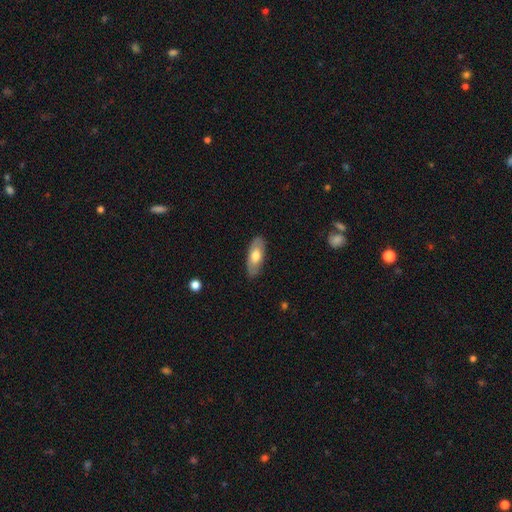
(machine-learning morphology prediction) This appears to be a smooth galaxy with no disk features (60%) that is in between round and cigar-shaped (86%). Merging: none (86%).